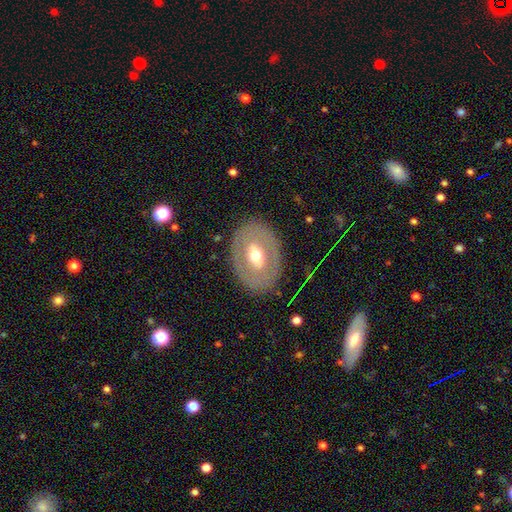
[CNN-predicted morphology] Smooth or featured: featured or disk — 57% (smooth — 36%)
Edge-on disk: no — 89% (yes — 11%)
Bar: no — 41% (weak — 35%)
Spiral arms: no — 85% (yes — 15%)
Bulge size: moderate — 68% (small — 21%)
Merging: none — 82% (minor disturbance — 11%)